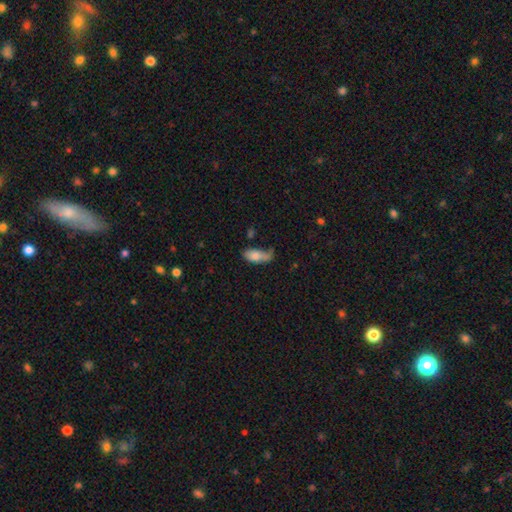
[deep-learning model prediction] Smooth or featured? Predicted: smooth (p=0.76). How rounded? Predicted: in between (p=0.83). Merging? Predicted: minor disturbance (p=0.35).